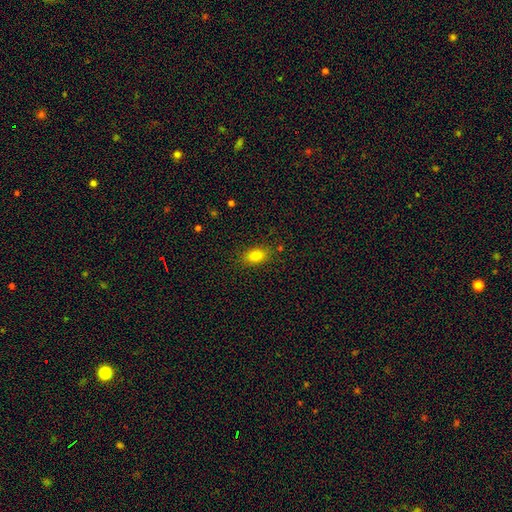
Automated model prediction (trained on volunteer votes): smooth_or_featured: smooth (p=0.81) [alt: star or artifact p=0.11]
how_rounded: in between (p=0.82) [alt: round p=0.16]
merging: none (p=0.85) [alt: minor disturbance p=0.10]